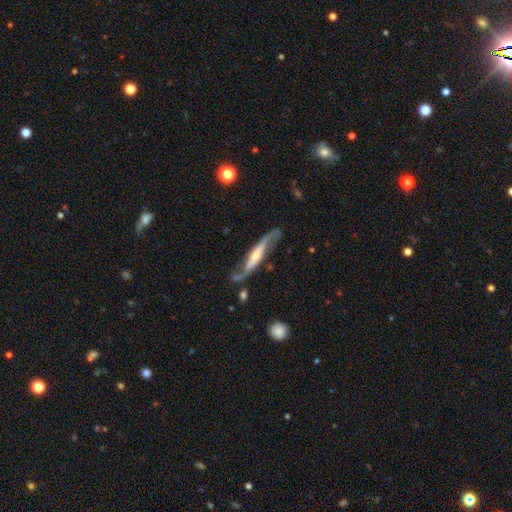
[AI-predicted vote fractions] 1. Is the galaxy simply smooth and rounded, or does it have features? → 82% featured or disk, 13% smooth, 5% star or artifact.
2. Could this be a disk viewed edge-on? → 67% no, 33% yes.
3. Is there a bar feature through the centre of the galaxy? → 40% strong, 32% no, 28% weak.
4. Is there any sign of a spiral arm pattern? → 93% yes, 7% no.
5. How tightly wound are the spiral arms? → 69% loose, 23% medium, 8% tight.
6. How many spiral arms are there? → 89% 2, 5% 1, 4% can't tell, 1% 3, 1% 4, 1% more than 4.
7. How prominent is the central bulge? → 44% small, 43% moderate, 7% large, 4% none, 2% dominant.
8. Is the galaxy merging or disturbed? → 64% none, 19% minor disturbance, 11% major disturbance, 5% merger.